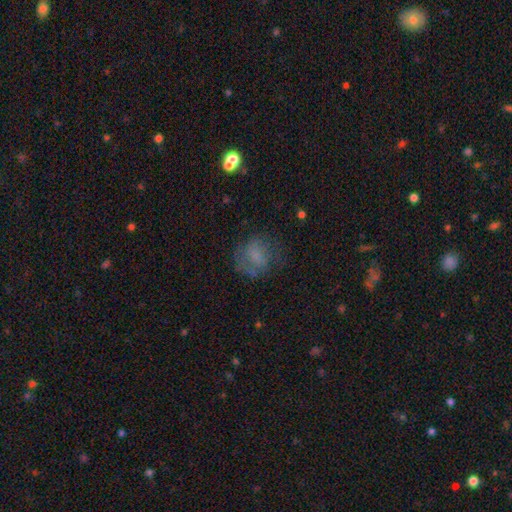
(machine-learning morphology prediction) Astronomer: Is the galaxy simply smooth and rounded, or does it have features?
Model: smooth — 58%.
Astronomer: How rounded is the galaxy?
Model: round — 66%.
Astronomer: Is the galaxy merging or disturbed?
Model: none — 59%.